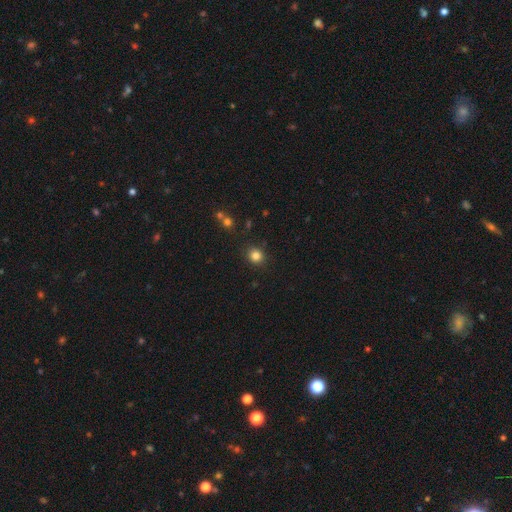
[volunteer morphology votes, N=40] Overall: smooth (95%). How rounded: round (87%). Merging: none (85%).